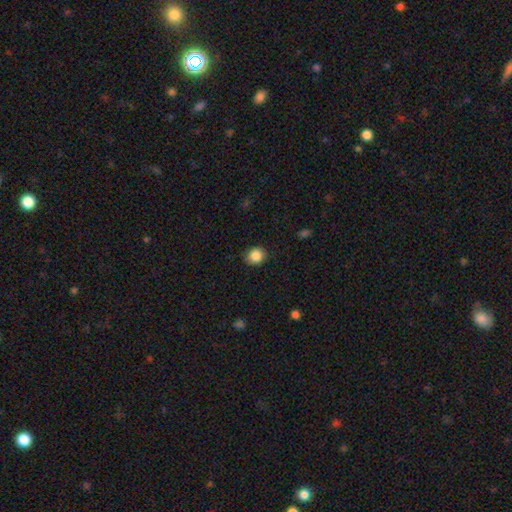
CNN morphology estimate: type=smooth (87%); roundness=round (76%); merging=none (87%).